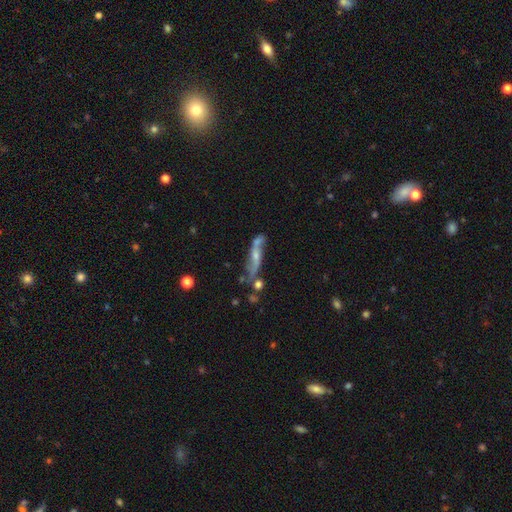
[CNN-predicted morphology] Overall: featured or disk (66%). Edge-on disk: no (59%; yes 41%). Merging: none (46%; merger 22%).